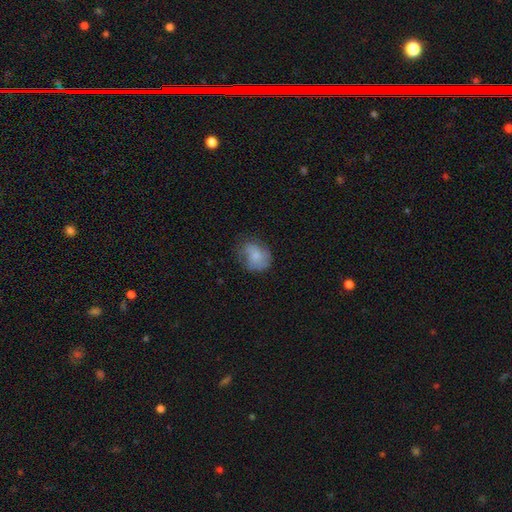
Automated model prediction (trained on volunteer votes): Smooth or featured? smooth (69%)
How rounded? round (51%)
Merging? none (57%)